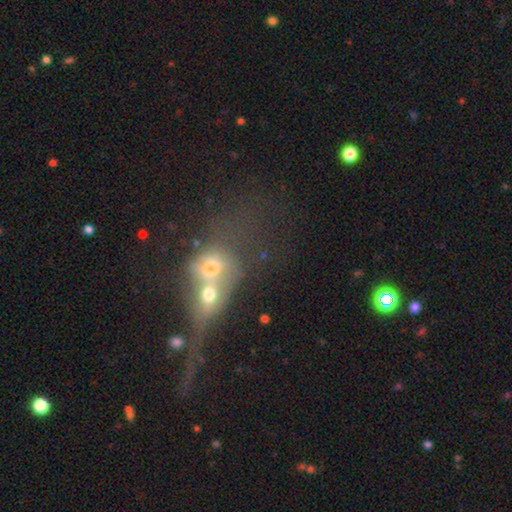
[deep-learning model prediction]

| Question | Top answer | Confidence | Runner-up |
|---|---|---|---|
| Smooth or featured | smooth | 40% | featured or disk (37%) |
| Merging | merger | 76% | none (11%) |